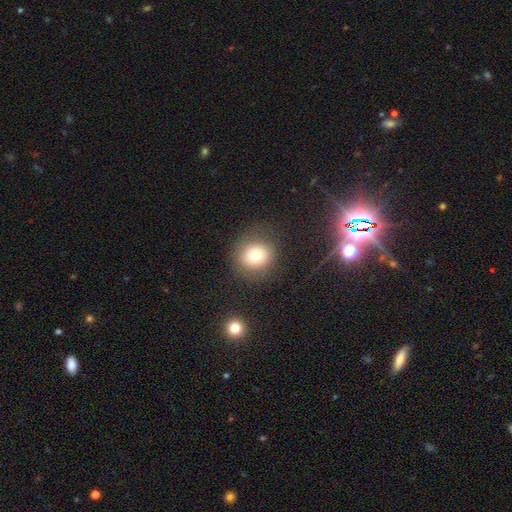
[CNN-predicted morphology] type=smooth (73%); roundness=round (86%); merging=none (81%).